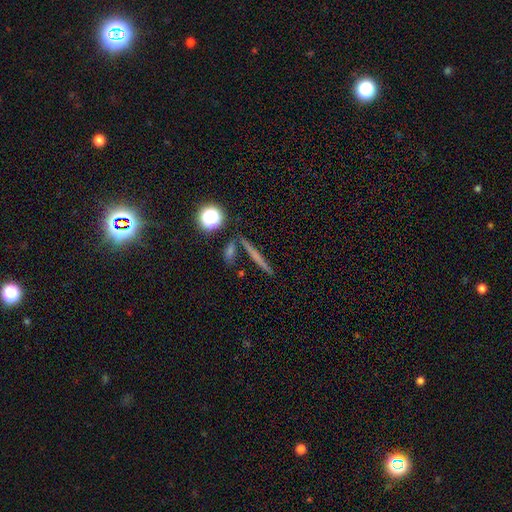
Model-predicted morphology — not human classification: smooth-or-featured: smooth: 48% | featured or disk: 36% | star or artifact: 15%
  merging: none: 84% | merger: 7% | minor disturbance: 7% | major disturbance: 2%